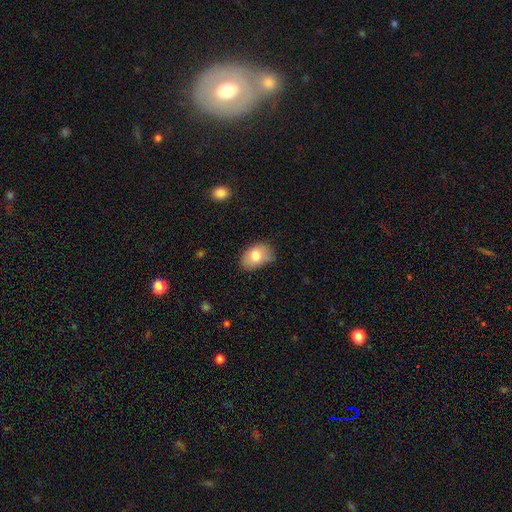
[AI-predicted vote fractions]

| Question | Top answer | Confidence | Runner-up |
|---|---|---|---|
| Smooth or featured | smooth | 78% | featured or disk (14%) |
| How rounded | in between | 85% | round (14%) |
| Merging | none | 67% | minor disturbance (26%) |